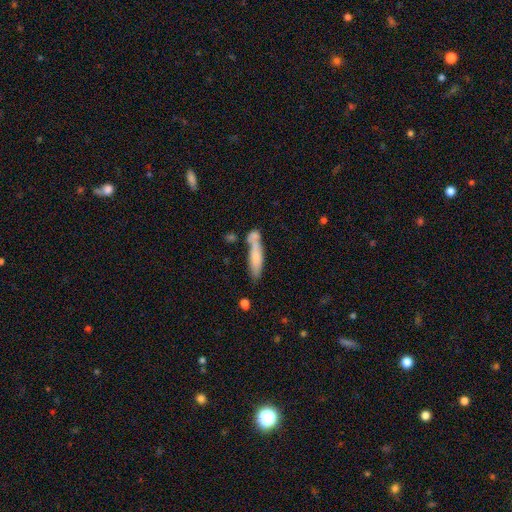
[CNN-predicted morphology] Overall: smooth (71%). How rounded: cigar-shaped (76%). Merging: none (47%; merger 29%).